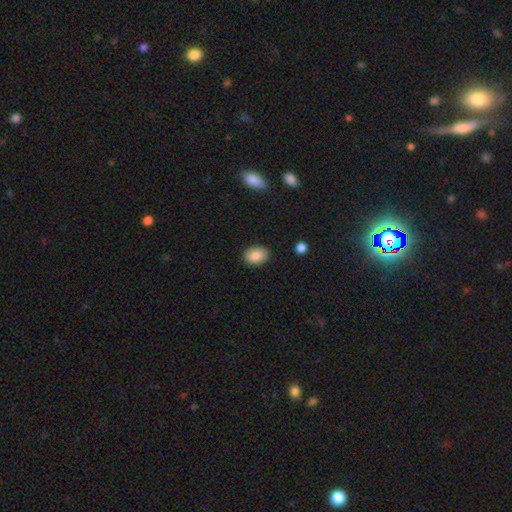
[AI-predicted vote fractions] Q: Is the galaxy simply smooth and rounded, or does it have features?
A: smooth — 86%.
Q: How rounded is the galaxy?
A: in between — 76%.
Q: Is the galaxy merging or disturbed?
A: none — 87%.